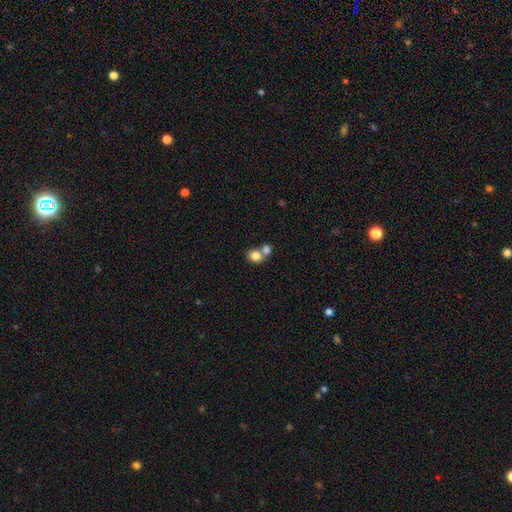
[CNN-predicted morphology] smooth-or-featured: smooth: 82% | featured or disk: 9% | star or artifact: 9%
  how-rounded: round: 64% | in between: 35% | cigar-shaped: 1%
  merging: merger: 55% | none: 35% | minor disturbance: 7% | major disturbance: 3%